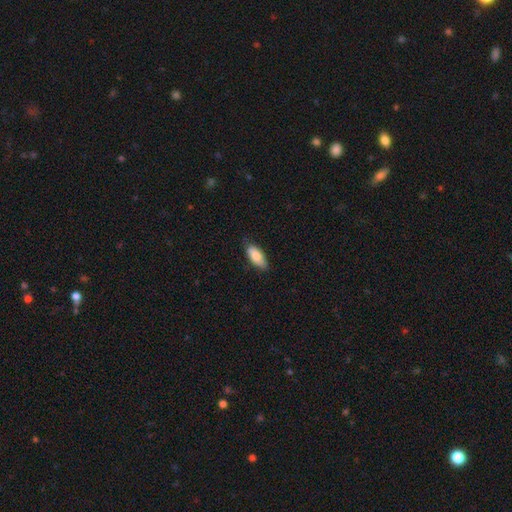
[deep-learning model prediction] smooth_or_featured: smooth (p=0.80) [alt: featured or disk p=0.14]
how_rounded: in between (p=0.85) [alt: cigar-shaped p=0.13]
merging: none (p=0.79) [alt: minor disturbance p=0.17]